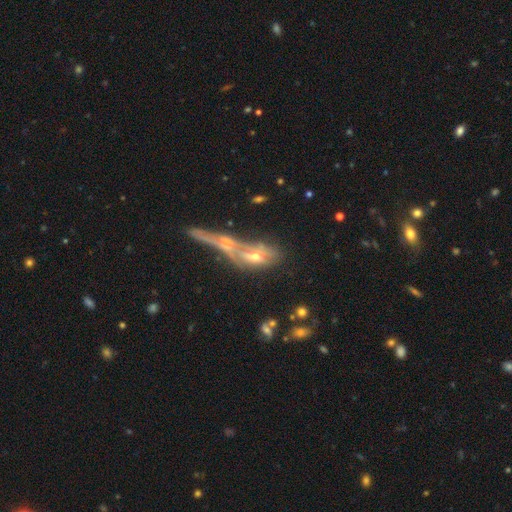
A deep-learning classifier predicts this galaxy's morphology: Smooth or featured: featured or disk — 50% (smooth — 34%)
Edge-on disk: no — 56% (yes — 44%)
Merging: merger — 46% (none — 27%)